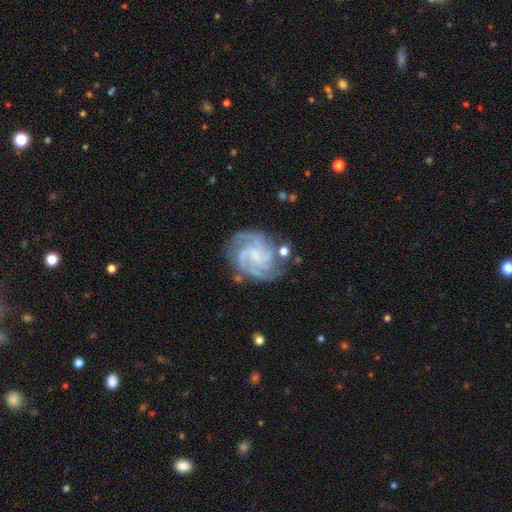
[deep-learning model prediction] Smooth or featured? featured or disk (86%)
Edge-on disk? no (98%)
Bar? no (54%)
Spiral arms? yes (97%)
Spiral winding? tight (50%)
Spiral arm count? 3 (34%)
Bulge size? small (48%)
Merging? none (73%)